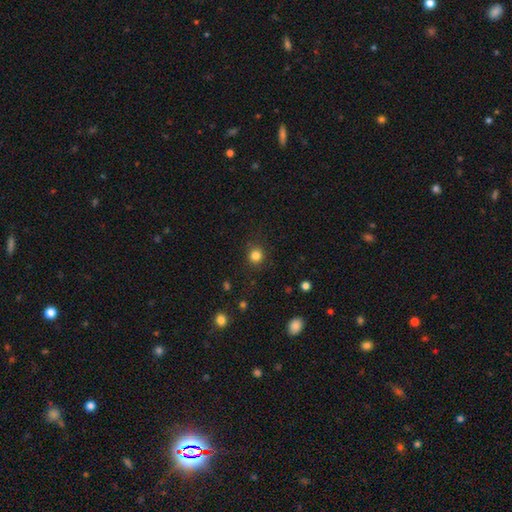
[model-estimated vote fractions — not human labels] Overall: smooth (83%). How rounded: round (91%). Merging: none (89%).